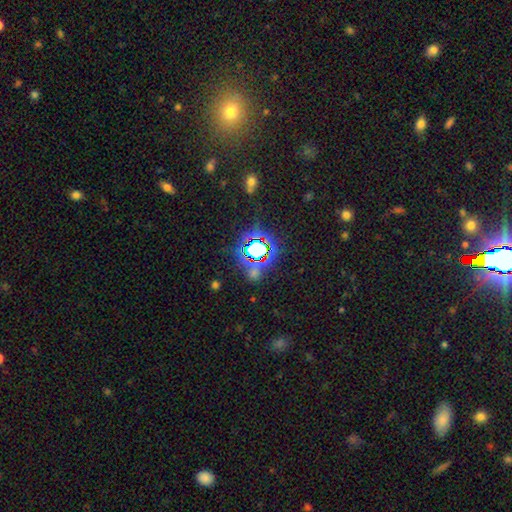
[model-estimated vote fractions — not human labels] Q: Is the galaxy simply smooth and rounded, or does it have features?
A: star or artifact — 73%.